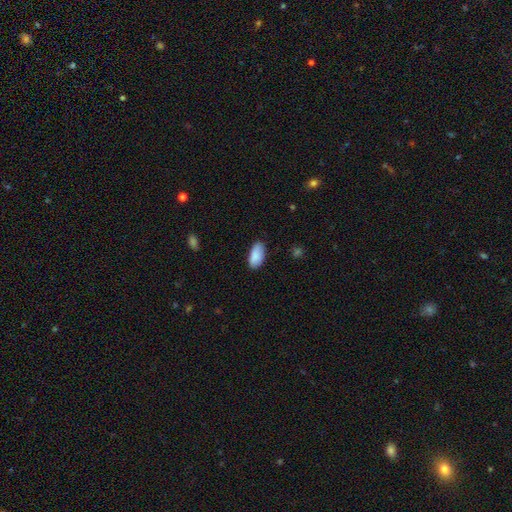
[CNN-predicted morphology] Overall: smooth (89%). How rounded: in between (94%). Merging: none (81%).